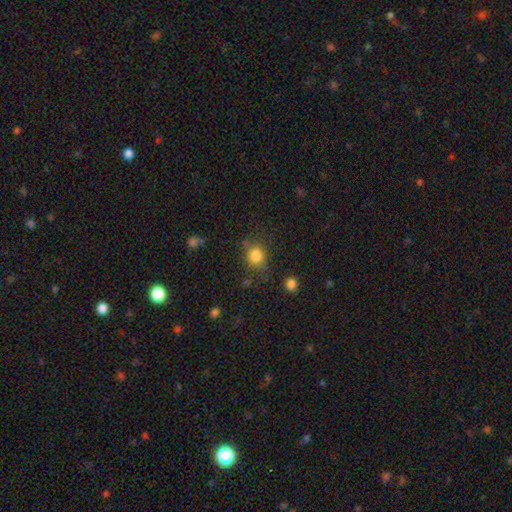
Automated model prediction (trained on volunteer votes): Morphology: type=smooth (82%); roundness=round (78%); merging=none (72%).